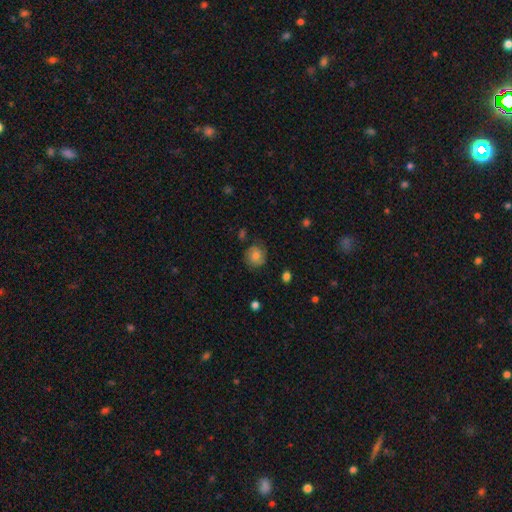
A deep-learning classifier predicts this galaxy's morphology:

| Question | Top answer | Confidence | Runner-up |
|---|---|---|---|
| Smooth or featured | smooth | 70% | featured or disk (20%) |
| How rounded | round | 83% | in between (16%) |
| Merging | none | 76% | minor disturbance (17%) |